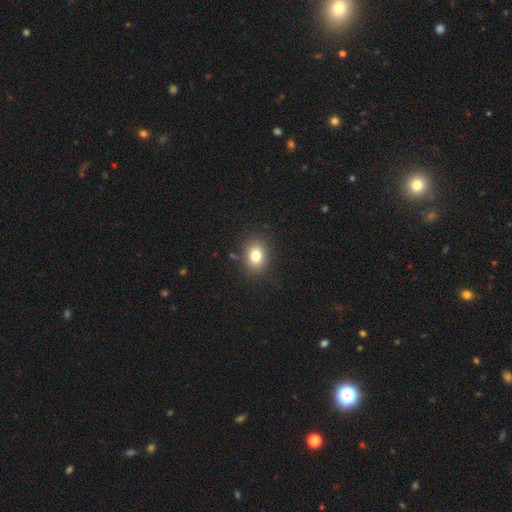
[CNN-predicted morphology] Smooth or featured? Predicted: smooth (p=0.80). How rounded? Predicted: in between (p=0.55). Merging? Predicted: none (p=0.86).